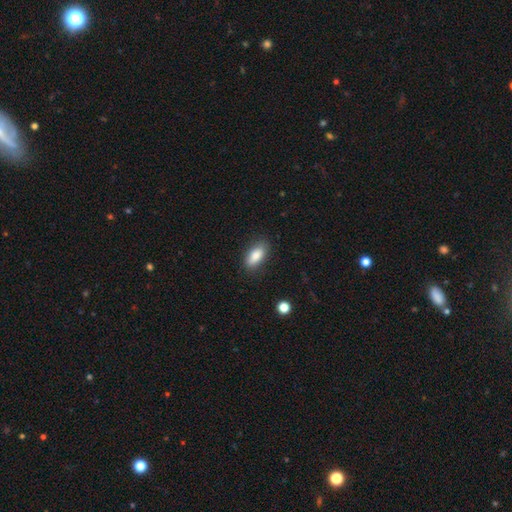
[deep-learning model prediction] A smooth galaxy with no disk features (85%) that is in between round and cigar-shaped (83%). Merging: none (83%).